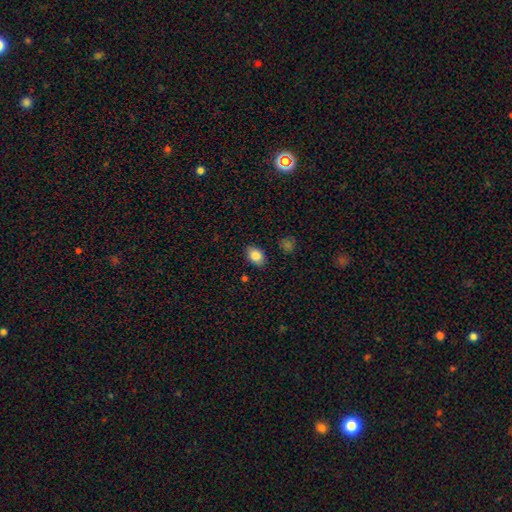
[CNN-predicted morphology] Overall: smooth (84%). How rounded: in between (81%). Merging: none (86%).